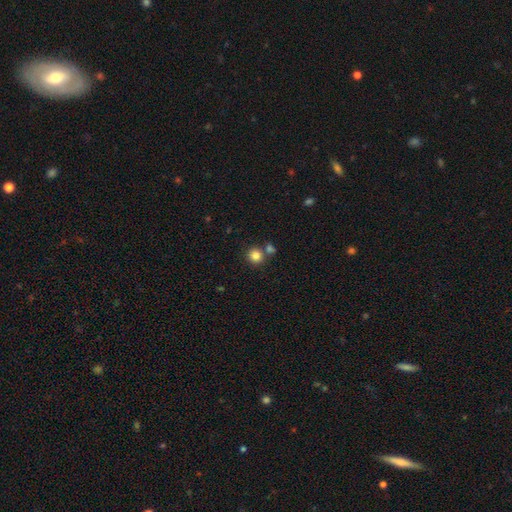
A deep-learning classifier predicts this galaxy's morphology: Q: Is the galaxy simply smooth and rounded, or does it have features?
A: smooth — 84%.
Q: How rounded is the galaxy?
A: round — 90%.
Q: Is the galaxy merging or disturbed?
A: none — 71%.